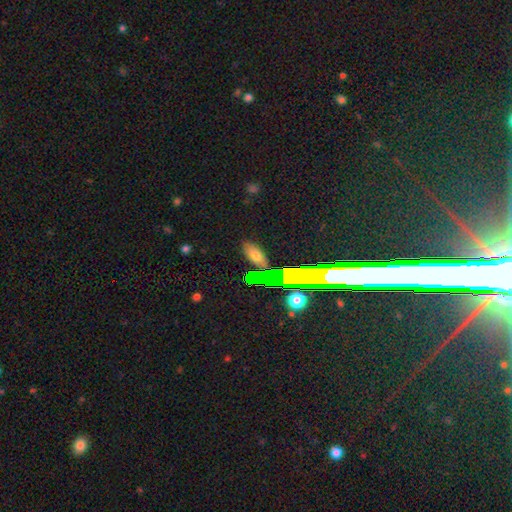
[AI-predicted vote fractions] smooth 66%, star or artifact 20%, featured or disk 14%. Down the decision tree: how rounded — in between (82%); merging — none (82%).